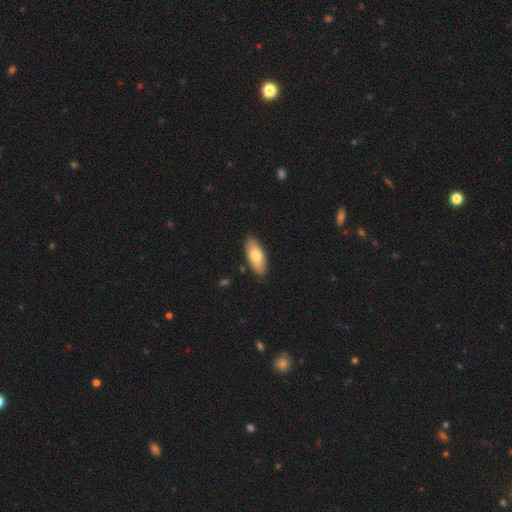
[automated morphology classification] Smooth or featured? Predicted: smooth (p=0.72). How rounded? Predicted: in between (p=0.82). Merging? Predicted: none (p=0.87).